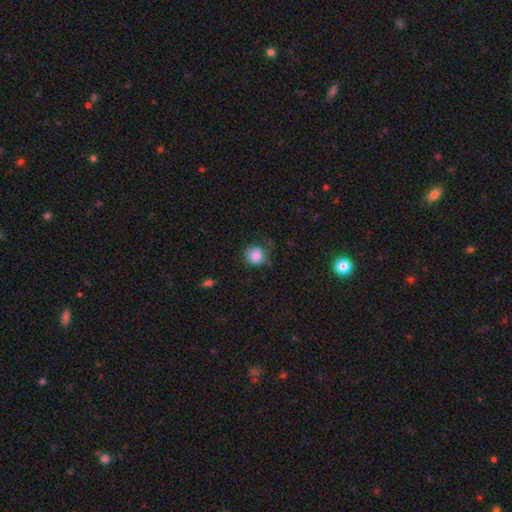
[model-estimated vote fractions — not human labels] smooth_or_featured: smooth (p=0.85) [alt: star or artifact p=0.08]
how_rounded: round (p=0.85) [alt: in between p=0.15]
merging: none (p=0.52) [alt: minor disturbance p=0.28]